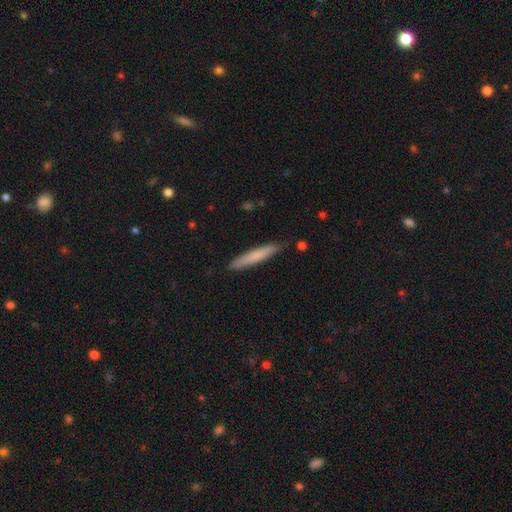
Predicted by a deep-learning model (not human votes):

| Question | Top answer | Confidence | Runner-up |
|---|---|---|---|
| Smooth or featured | smooth | 73% | featured or disk (21%) |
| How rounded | cigar-shaped | 94% | in between (5%) |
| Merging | none | 85% | minor disturbance (11%) |